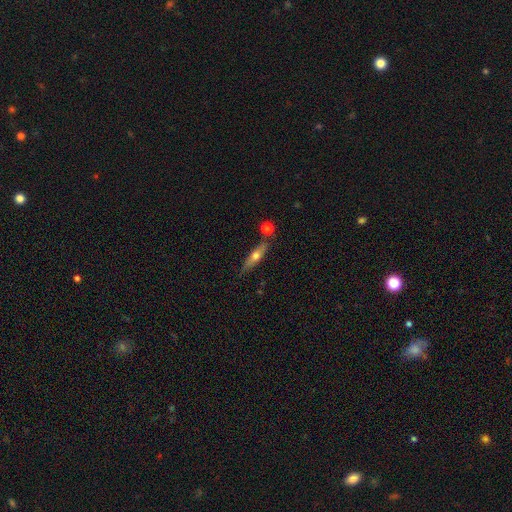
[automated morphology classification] This appears to be a featured or disk galaxy (47%). Merging: none (75%).